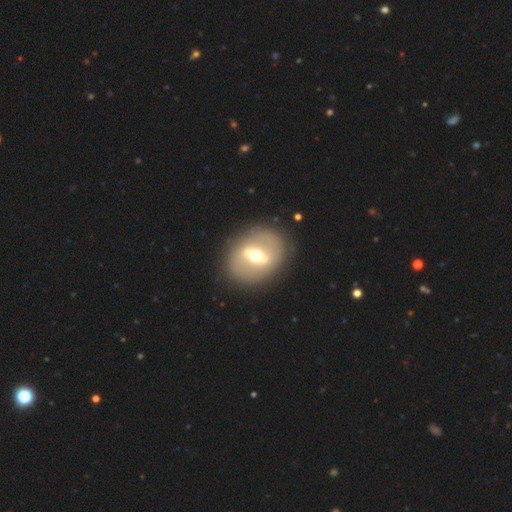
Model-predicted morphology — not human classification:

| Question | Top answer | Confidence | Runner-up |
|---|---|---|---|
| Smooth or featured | featured or disk | 68% | smooth (25%) |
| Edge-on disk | no | 89% | yes (11%) |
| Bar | strong | 61% | weak (28%) |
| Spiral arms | no | 71% | yes (29%) |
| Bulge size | moderate | 70% | small (14%) |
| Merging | none | 86% | minor disturbance (8%) |